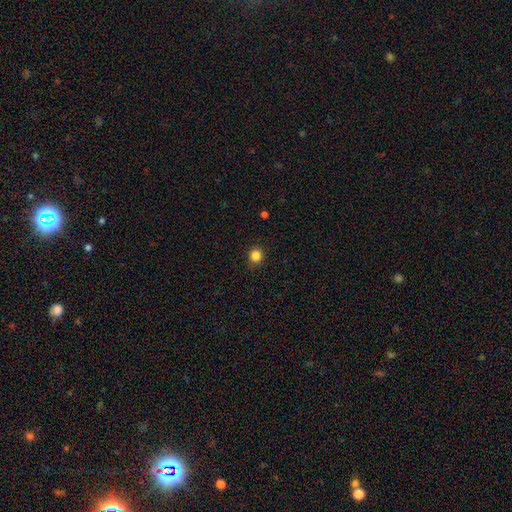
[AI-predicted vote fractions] smooth 84%, star or artifact 12%, featured or disk 4%. Down the decision tree: how rounded — round (88%); merging — none (89%).